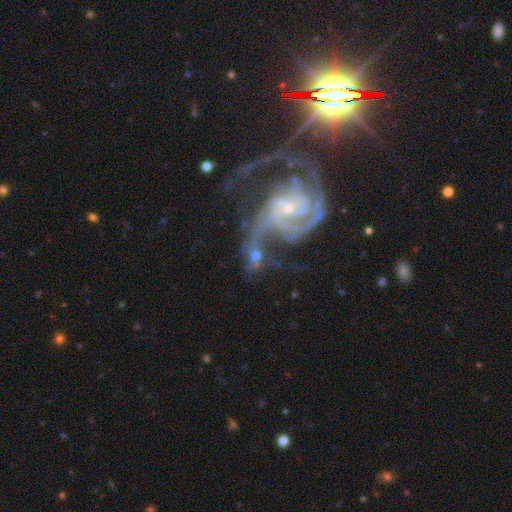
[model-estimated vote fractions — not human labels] This is likely a featured or disk galaxy (72%). It is clearly not viewed edge-on (96%). Bar: possibly no (58%). Spiral arm pattern: clearly yes (86%). Spiral arm count: marginally 2 (45%). Spiral winding: marginally medium (37%). Central bulge: likely small (63%). Merging: marginally none (31%).